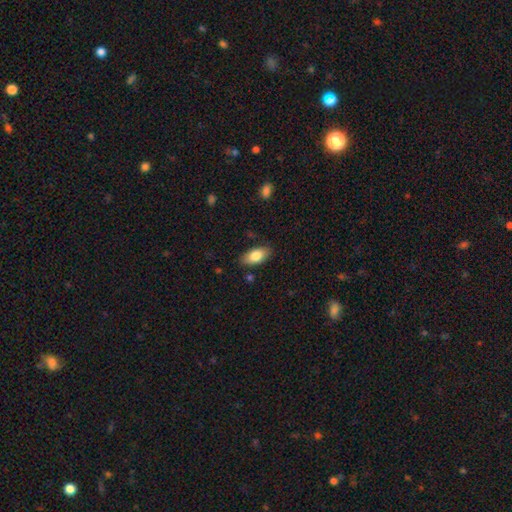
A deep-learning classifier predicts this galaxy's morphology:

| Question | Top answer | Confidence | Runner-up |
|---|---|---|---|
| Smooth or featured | smooth | 82% | featured or disk (12%) |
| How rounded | in between | 91% | cigar-shaped (6%) |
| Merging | none | 84% | minor disturbance (12%) |